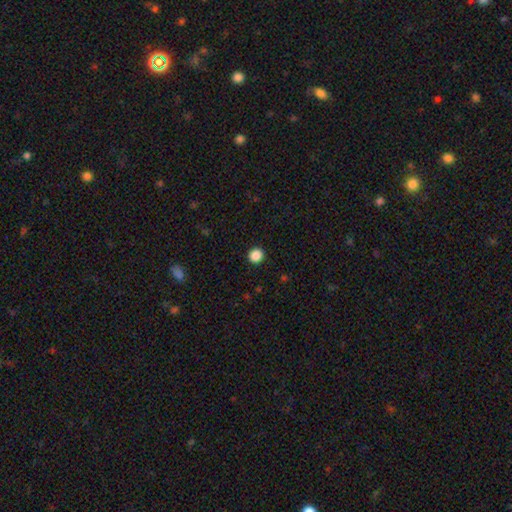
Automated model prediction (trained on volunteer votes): Smooth or featured? Predicted: smooth (p=0.87). How rounded? Predicted: round (p=0.92). Merging? Predicted: none (p=0.93).